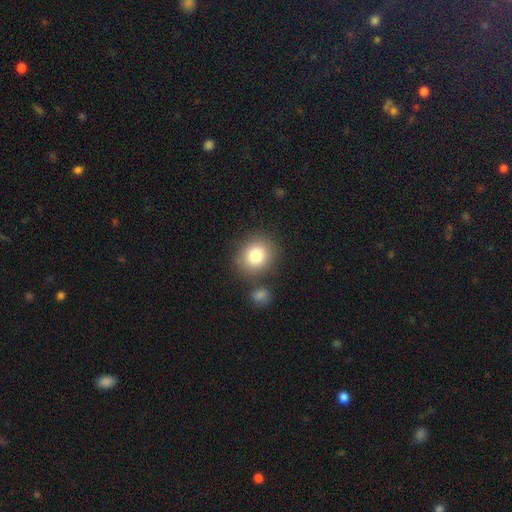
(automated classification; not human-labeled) smooth_or_featured: smooth (p=0.81) [alt: star or artifact p=0.10]
how_rounded: round (p=0.78) [alt: in between p=0.22]
merging: none (p=0.77) [alt: minor disturbance p=0.10]